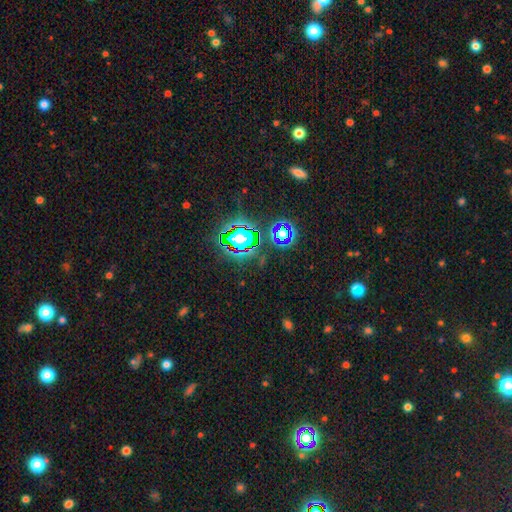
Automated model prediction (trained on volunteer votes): The model was most divided on "smooth or featured": star or artifact: 81%, smooth: 12%, featured or disk: 7%.